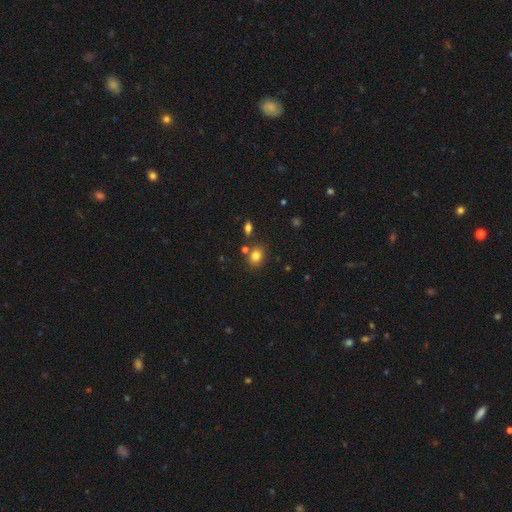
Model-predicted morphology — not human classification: Overall: smooth (80%). How rounded: round (53%; in between 46%). Merging: none (74%).